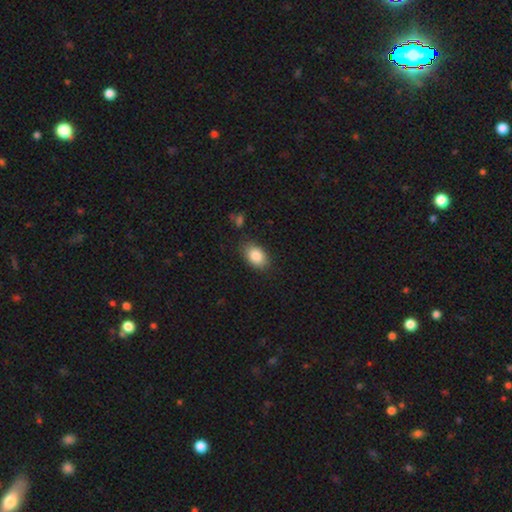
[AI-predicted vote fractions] Morphology: type=smooth (86%); roundness=in between (87%); merging=none (82%).